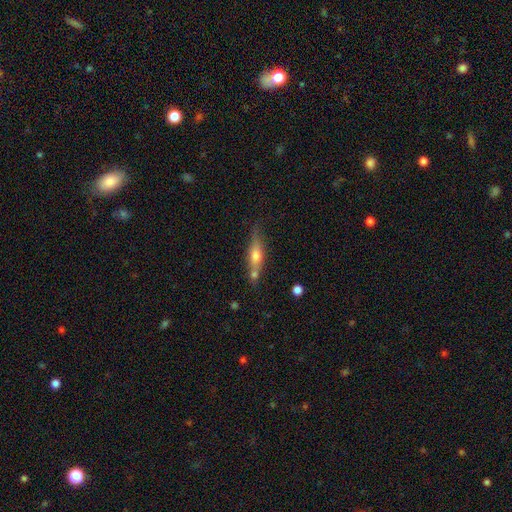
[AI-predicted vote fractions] A smooth galaxy with no disk features (50%). Merging: none (55%).